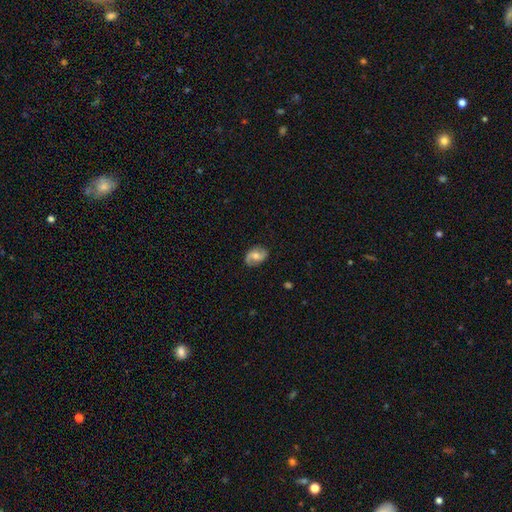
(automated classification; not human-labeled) smooth-or-featured: featured or disk: 57% | smooth: 36% | star or artifact: 7%
  disk-edge-on: no: 96% | yes: 4%
    bar: no: 55% | weak: 35% | strong: 10%
    has-spiral-arms: yes: 85% | no: 15%
    bulge-size: moderate: 68% | small: 24% | large: 5% | none: 2% | dominant: 1%
  merging: none: 81% | minor disturbance: 14% | major disturbance: 4% | merger: 1%